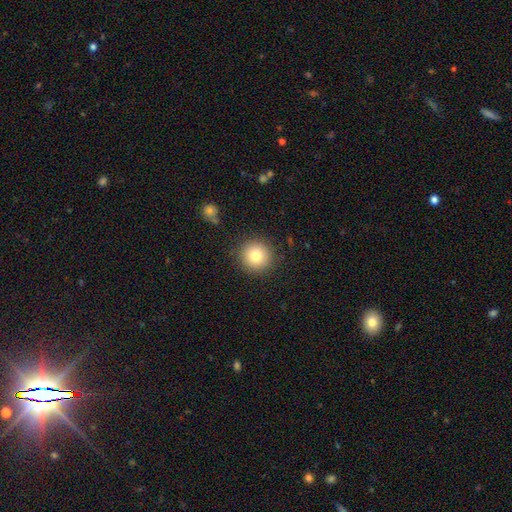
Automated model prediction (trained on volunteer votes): Overall: smooth (79%). How rounded: round (95%). Merging: none (89%).